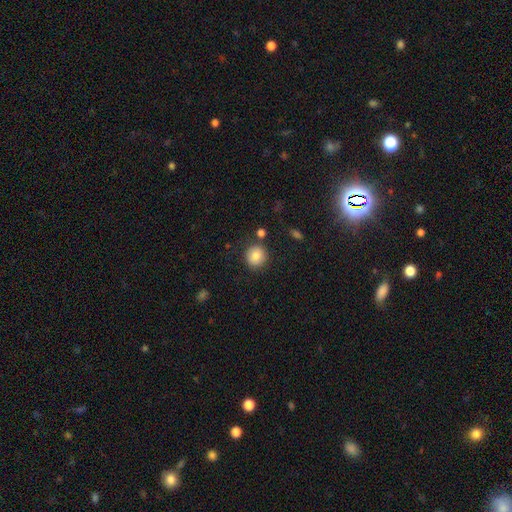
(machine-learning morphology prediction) smooth-or-featured: smooth: 83% | star or artifact: 9% | featured or disk: 8%
  how-rounded: round: 90% | in between: 9% | cigar-shaped: 1%
  merging: none: 85% | minor disturbance: 8% | merger: 4% | major disturbance: 3%